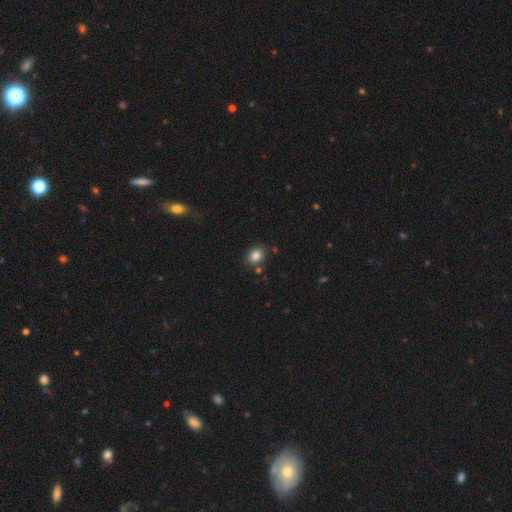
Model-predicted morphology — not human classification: Q: Smooth or featured?
A: smooth (83%); runner-up: star or artifact (10%)
Q: How rounded?
A: in between (52%); runner-up: round (47%)
Q: Merging?
A: none (80%); runner-up: minor disturbance (12%)